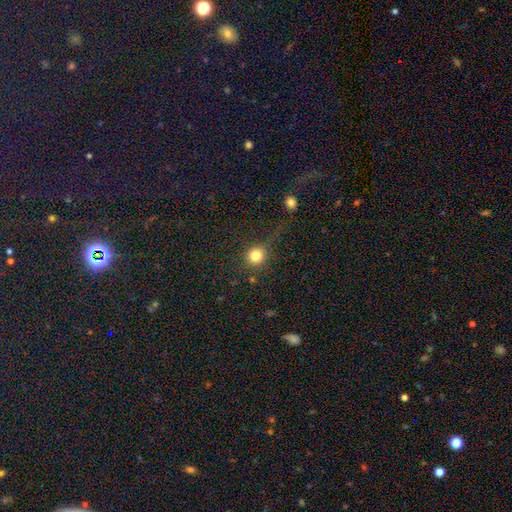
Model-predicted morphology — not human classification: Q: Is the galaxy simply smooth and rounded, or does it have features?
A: smooth — 82%.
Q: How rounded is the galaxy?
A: round — 92%.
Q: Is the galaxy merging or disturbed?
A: none — 80%.